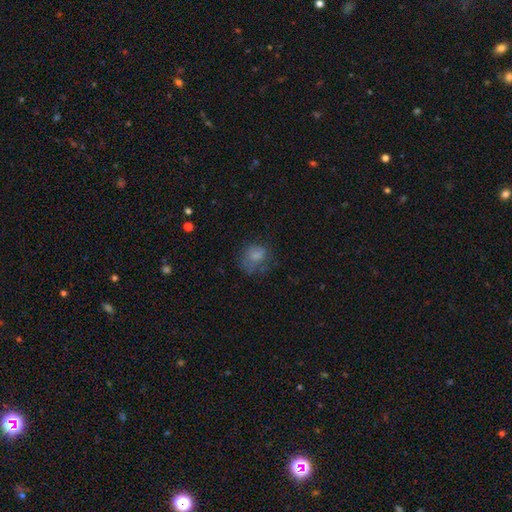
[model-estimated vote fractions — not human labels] smooth-or-featured: smooth: 70% | featured or disk: 17% | star or artifact: 13%
  how-rounded: round: 58% | in between: 41% | cigar-shaped: 1%
  merging: none: 46% | minor disturbance: 26% | major disturbance: 25% | merger: 3%